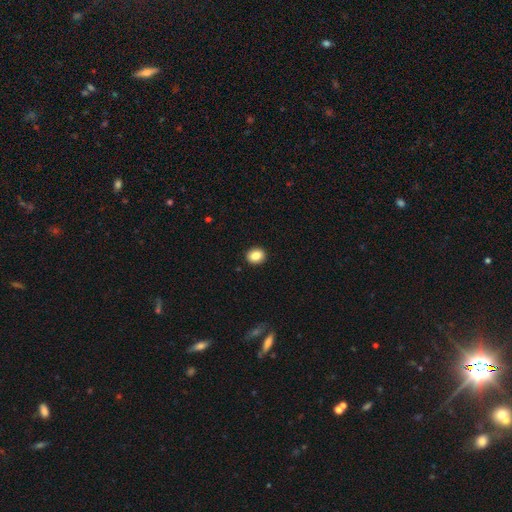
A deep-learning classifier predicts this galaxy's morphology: smooth 86%, star or artifact 9%, featured or disk 5%. Down the decision tree: how rounded — round (64%); merging — none (92%).